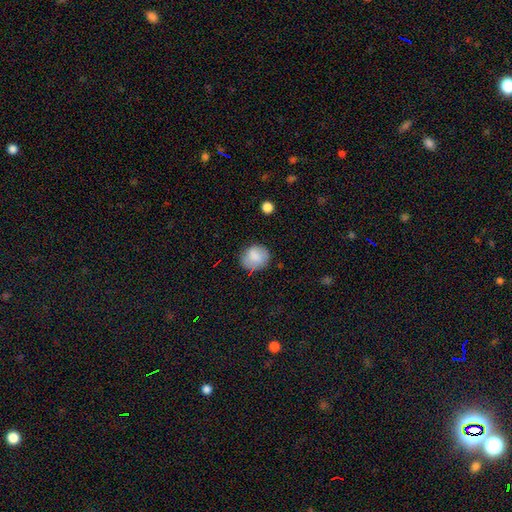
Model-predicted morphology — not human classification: Overall: smooth (81%). How rounded: round (72%). Merging: none (73%).